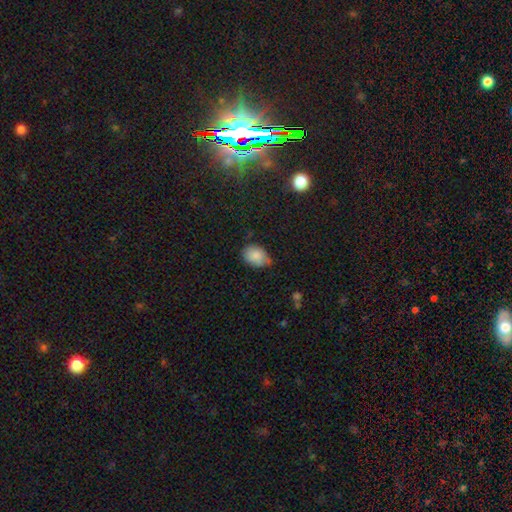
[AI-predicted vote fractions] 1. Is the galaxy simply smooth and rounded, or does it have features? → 84% smooth, 8% star or artifact, 7% featured or disk.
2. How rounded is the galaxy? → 73% in between, 26% round, 1% cigar-shaped.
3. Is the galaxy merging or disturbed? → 56% none, 36% minor disturbance, 5% major disturbance, 3% merger.